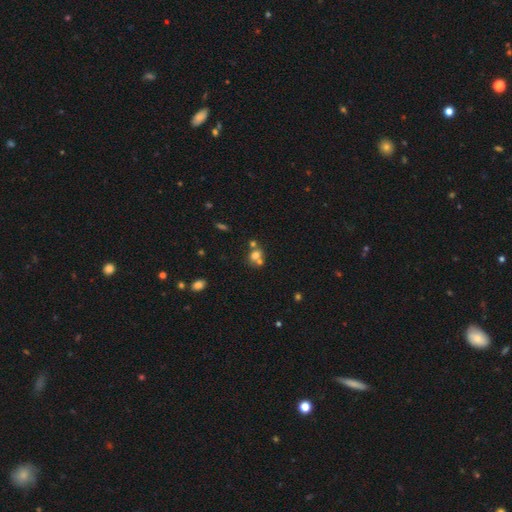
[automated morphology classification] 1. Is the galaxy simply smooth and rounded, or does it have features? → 67% smooth, 17% featured or disk, 16% star or artifact.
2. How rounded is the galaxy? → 67% round, 31% in between, 1% cigar-shaped.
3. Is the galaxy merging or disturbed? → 48% merger, 40% none, 8% minor disturbance, 4% major disturbance.